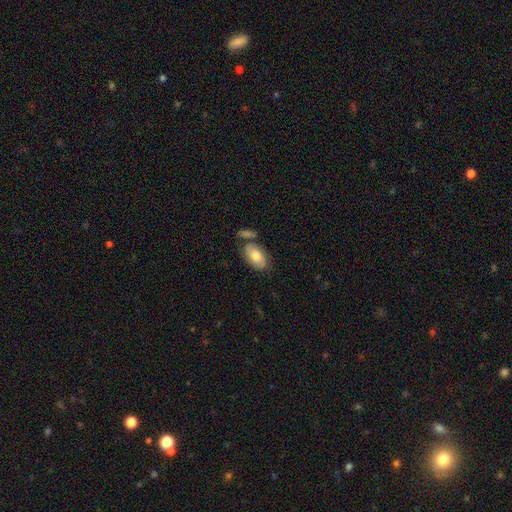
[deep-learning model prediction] Q: Smooth or featured?
A: smooth (61%); runner-up: featured or disk (32%)
Q: How rounded?
A: in between (92%); runner-up: round (6%)
Q: Merging?
A: none (57%); runner-up: minor disturbance (19%)